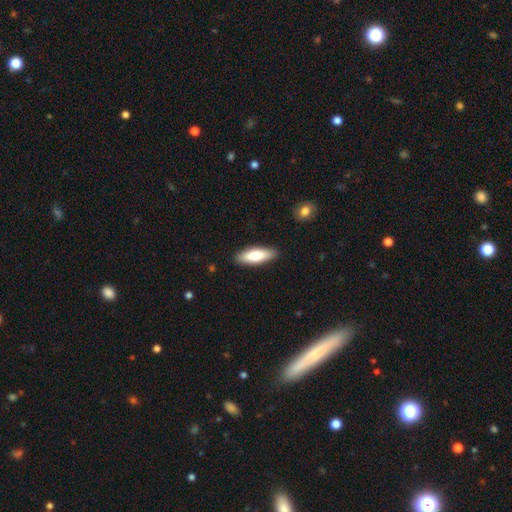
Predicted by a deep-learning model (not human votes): smooth_or_featured: smooth (p=0.72) [alt: featured or disk p=0.23]
how_rounded: in between (p=0.56) [alt: cigar-shaped p=0.42]
merging: none (p=0.89) [alt: minor disturbance p=0.08]